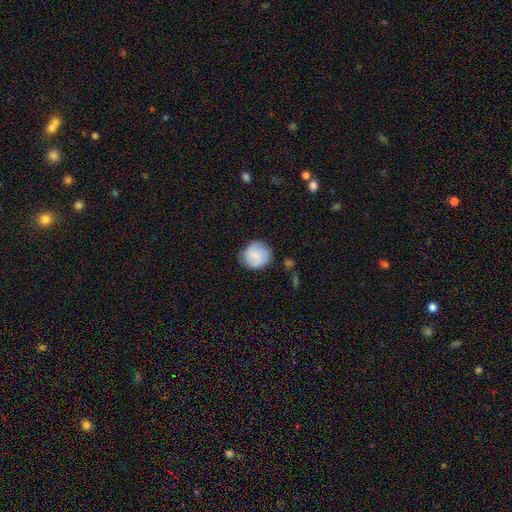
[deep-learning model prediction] smooth_or_featured: smooth (p=0.62) [alt: featured or disk p=0.30]
how_rounded: round (p=0.87) [alt: in between p=0.12]
merging: none (p=0.79) [alt: minor disturbance p=0.14]